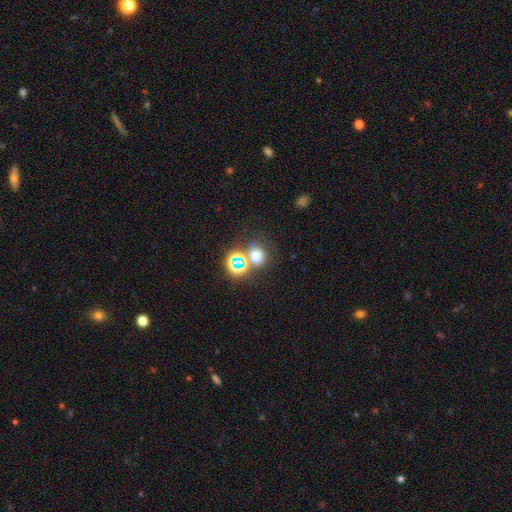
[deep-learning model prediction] Overall: smooth (62%; star or artifact 29%). How rounded: round (73%). Merging: none (59%; merger 27%).